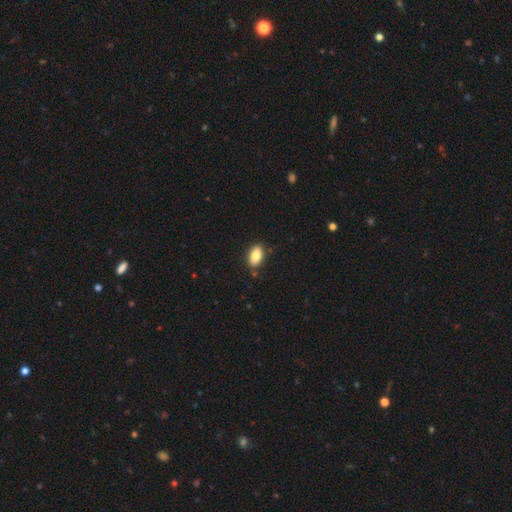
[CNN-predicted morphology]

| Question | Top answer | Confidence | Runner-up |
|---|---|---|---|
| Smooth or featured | smooth | 85% | star or artifact (8%) |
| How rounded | in between | 91% | round (6%) |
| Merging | none | 83% | minor disturbance (12%) |